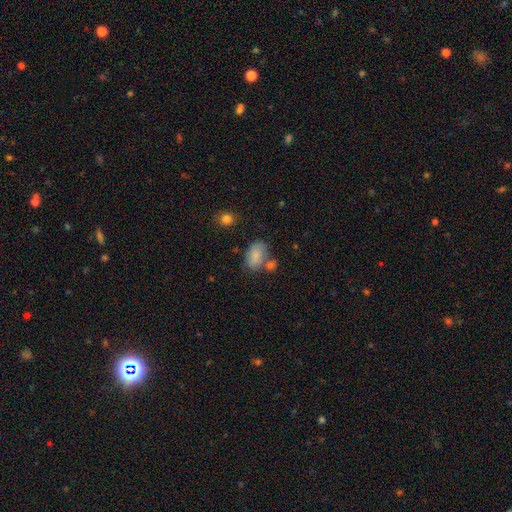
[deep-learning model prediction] Morphology: type=smooth (80%); roundness=in between (88%); merging=none (53%).